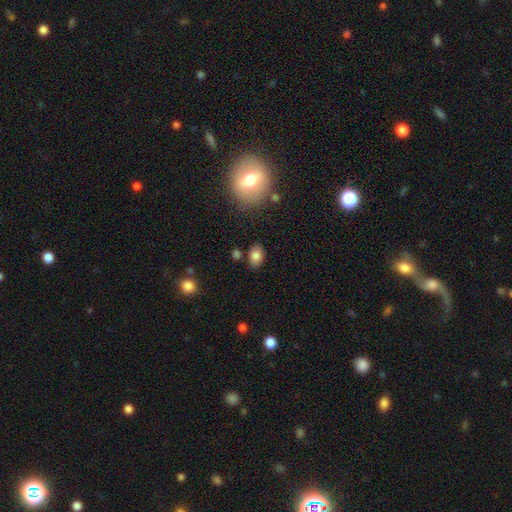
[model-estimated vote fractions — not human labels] smooth 82%, star or artifact 10%, featured or disk 8%. Down the decision tree: how rounded — in between (78%); merging — none (79%).